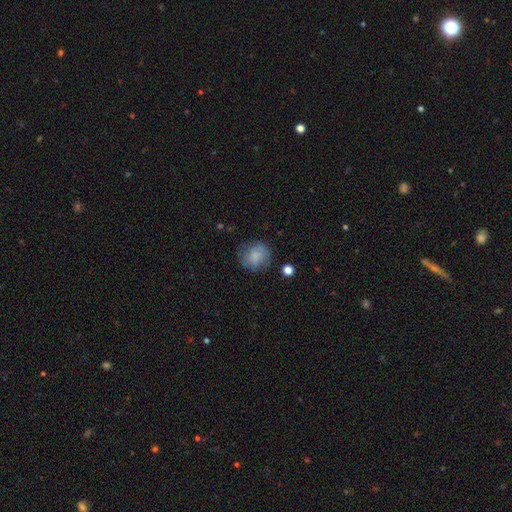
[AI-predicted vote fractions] A smooth galaxy with no disk features (80%) that is round (81%). Merging: none (72%).